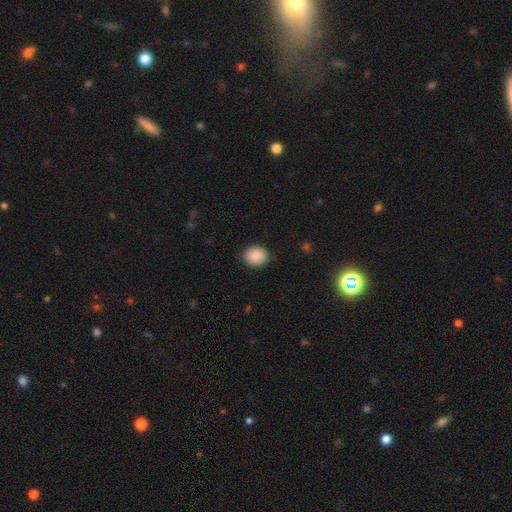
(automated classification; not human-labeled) Smooth or featured?
  - smooth: 90% *
  - star or artifact: 8%
  - featured or disk: 3%
How rounded?
  - round: 65% *
  - in between: 34%
  - cigar-shaped: 1%
Merging?
  - none: 88% *
  - minor disturbance: 9%
  - major disturbance: 2%
  - merger: 1%